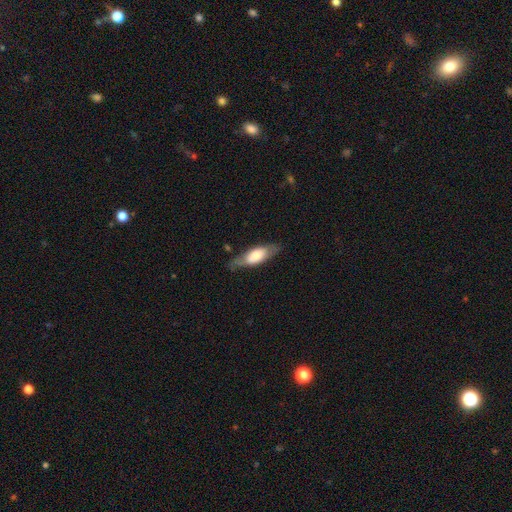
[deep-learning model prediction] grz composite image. It shows a smooth galaxy with no disk features (55%) that is in between round and cigar-shaped (61%). Merging: none (71%).